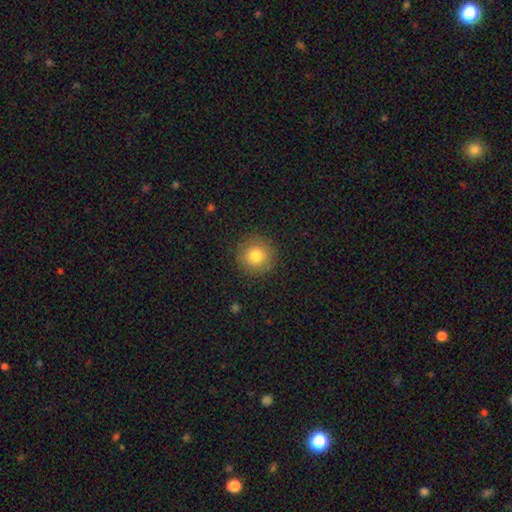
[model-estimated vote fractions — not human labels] Smooth or featured?
  - smooth: 80% *
  - star or artifact: 10%
  - featured or disk: 9%
How rounded?
  - round: 94% *
  - in between: 5%
  - cigar-shaped: 1%
Merging?
  - none: 88% *
  - minor disturbance: 8%
  - major disturbance: 3%
  - merger: 1%